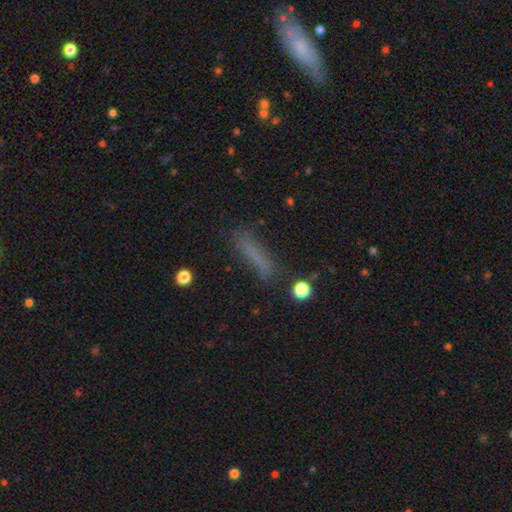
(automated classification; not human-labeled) Morphology: type=smooth (70%); roundness=cigar-shaped (86%); merging=none (76%).